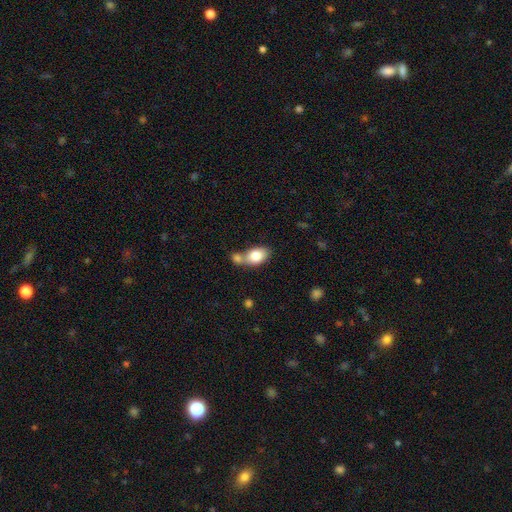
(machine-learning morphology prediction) Overall: smooth (79%). How rounded: in between (84%). Merging: merger (49%; none 35%).